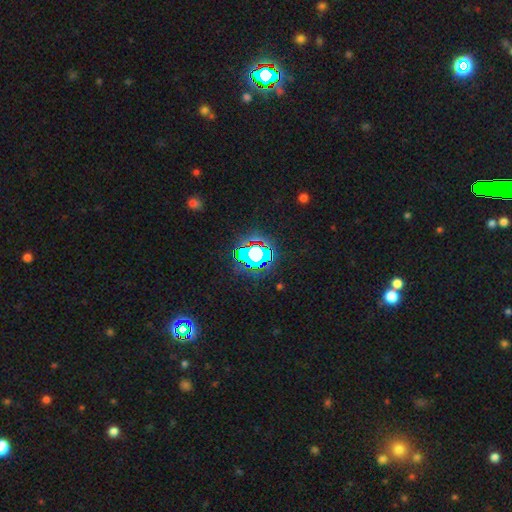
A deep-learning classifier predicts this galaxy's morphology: This is likely a star or artifact rather than a galaxy (65%).